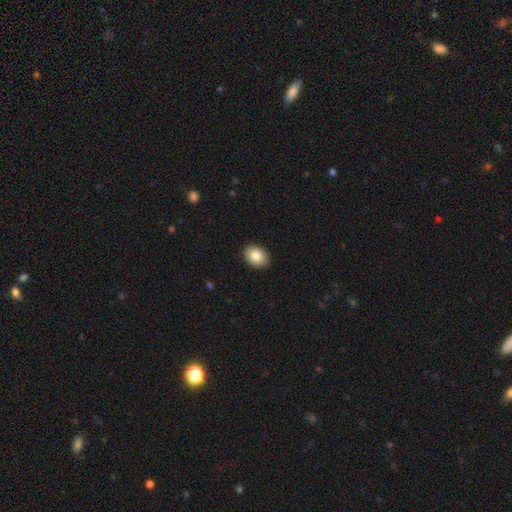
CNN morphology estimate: A smooth galaxy with no disk features (85%) that is in between round and cigar-shaped (73%).

Vote fractions:
- Smooth or featured? smooth: 85% / featured or disk: 8% / star or artifact: 7%
- How rounded? in between: 73% / round: 26% / cigar-shaped: 1%
- Merging? none: 90% / minor disturbance: 8% / major disturbance: 2% / merger: 1%